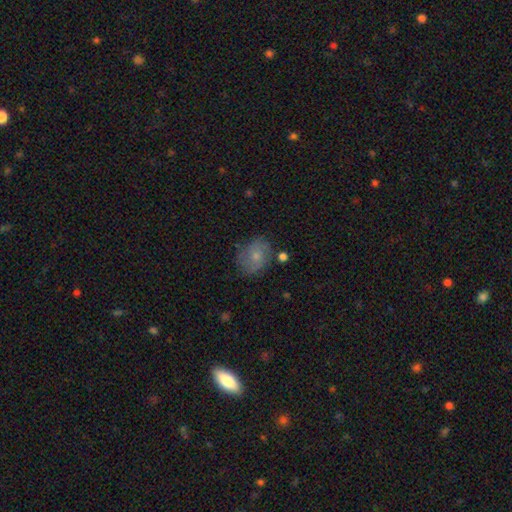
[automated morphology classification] Smooth or featured? smooth (66%)
How rounded? in between (51%)
Merging? none (70%)